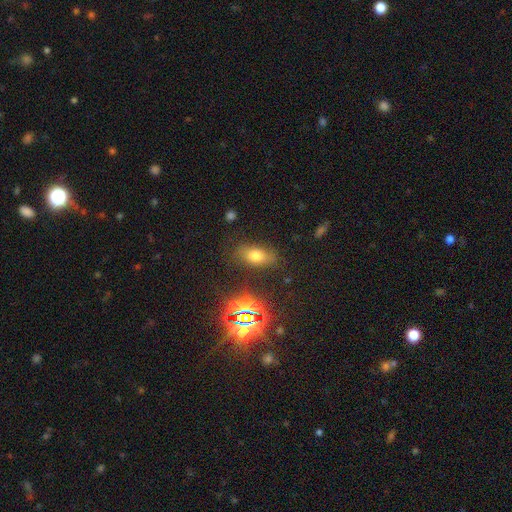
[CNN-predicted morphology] Smooth or featured? smooth (66%)
How rounded? in between (85%)
Merging? none (80%)